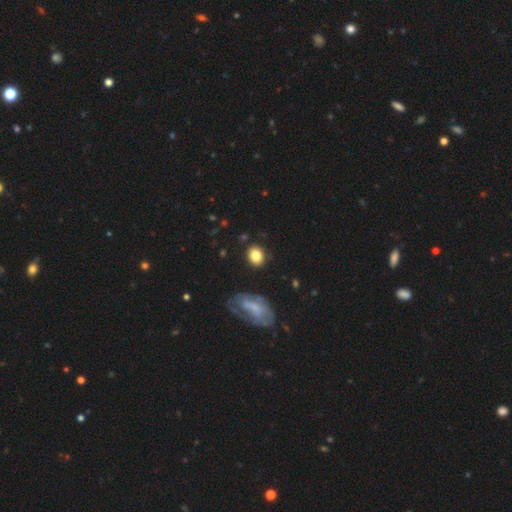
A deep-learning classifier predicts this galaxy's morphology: Q: Smooth or featured?
A: smooth (82%); runner-up: featured or disk (10%)
Q: How rounded?
A: round (59%); runner-up: in between (39%)
Q: Merging?
A: none (85%); runner-up: minor disturbance (10%)